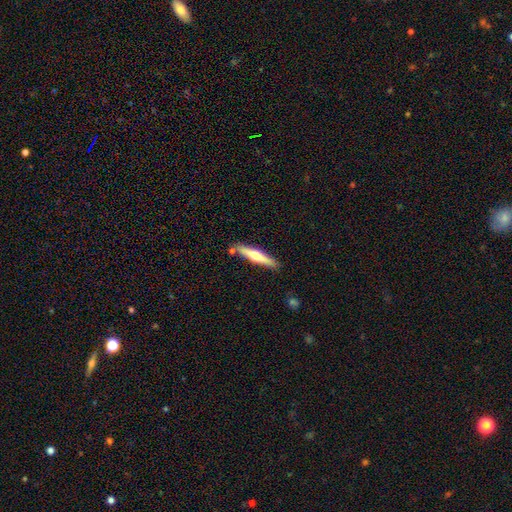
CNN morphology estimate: type=featured or disk (51%); edge-on=yes (95%); merging=none (85%).